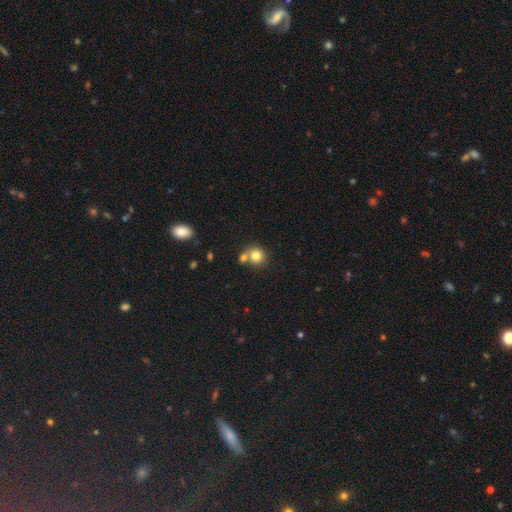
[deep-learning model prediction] The model was most divided on "merging": none: 51%, merger: 37%, minor disturbance: 9%, major disturbance: 3%. More confident: how rounded — round (87%); smooth or featured — smooth (80%).